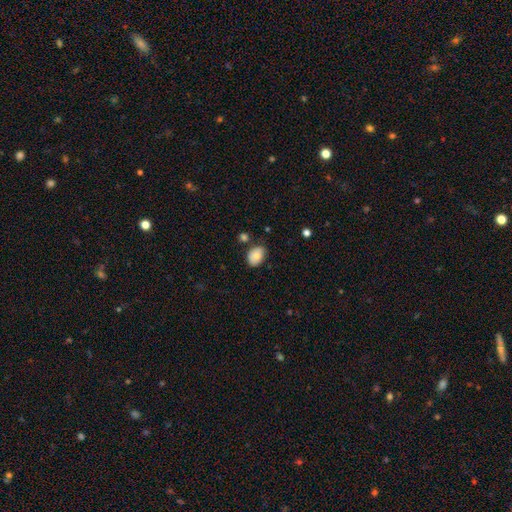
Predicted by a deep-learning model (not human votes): Smooth or featured: smooth — 80% (featured or disk — 12%)
How rounded: in between — 78% (round — 21%)
Merging: none — 71% (minor disturbance — 20%)